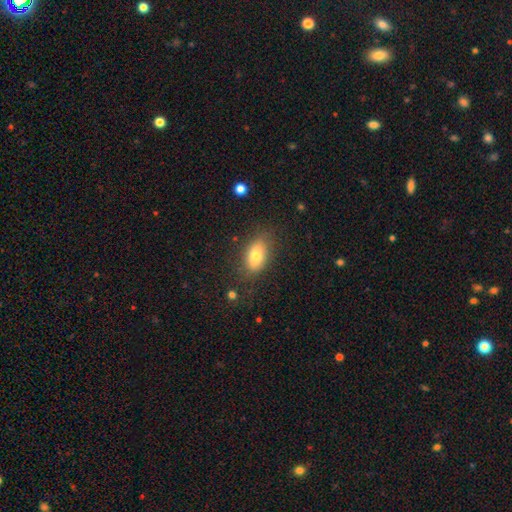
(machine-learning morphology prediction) This is likely a smooth galaxy (77%). How rounded: clearly in between (88%). Merging: likely none (78%).